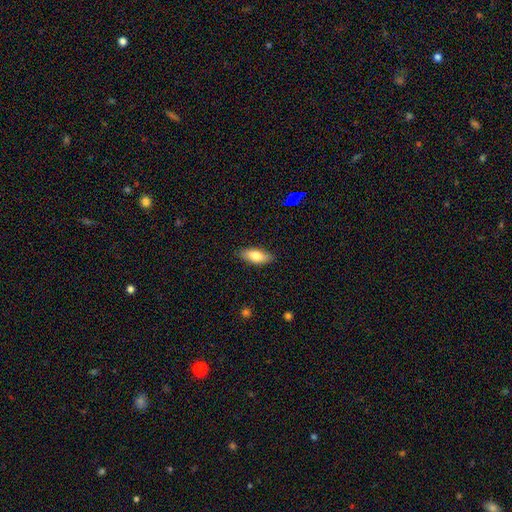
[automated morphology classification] Smooth or featured? smooth (76%)
How rounded? in between (77%)
Merging? none (86%)